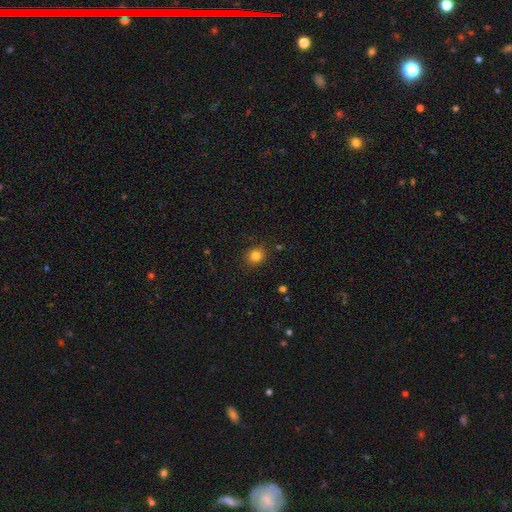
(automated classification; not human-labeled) A smooth galaxy with no disk features (82%) that is round (81%). Merging: none (89%).